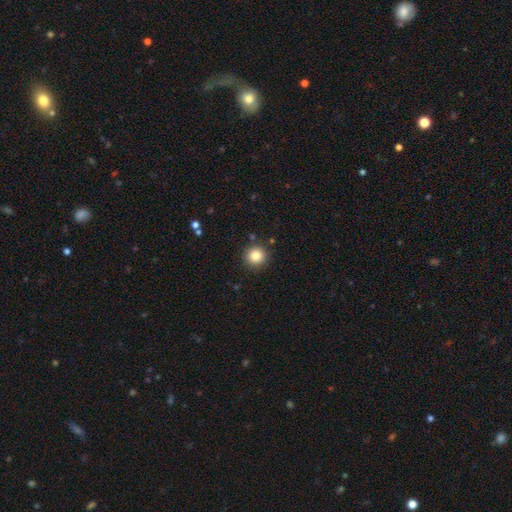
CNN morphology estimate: Overall: smooth (84%). How rounded: round (94%). Merging: none (89%).